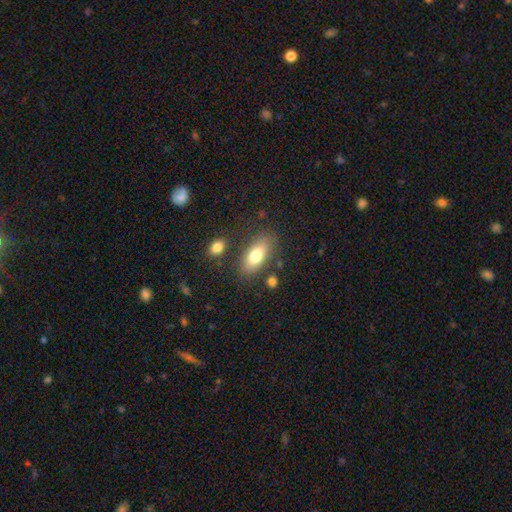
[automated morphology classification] smooth_or_featured: smooth (p=0.77) [alt: featured or disk p=0.16]
how_rounded: in between (p=0.84) [alt: cigar-shaped p=0.12]
merging: none (p=0.80) [alt: minor disturbance p=0.12]